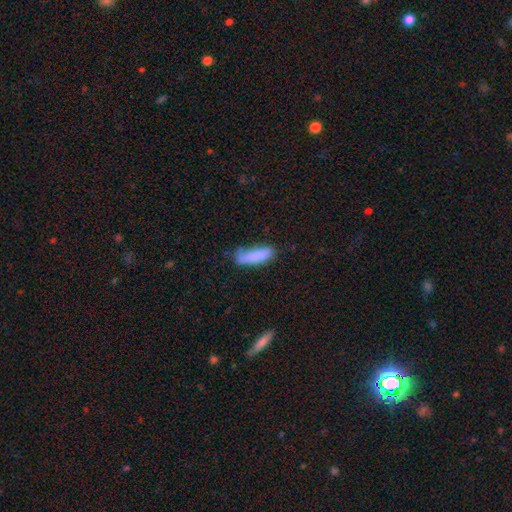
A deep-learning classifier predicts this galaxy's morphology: A smooth galaxy with no disk features (84%) that is cigar-shaped (56%). Merging: none (54%).